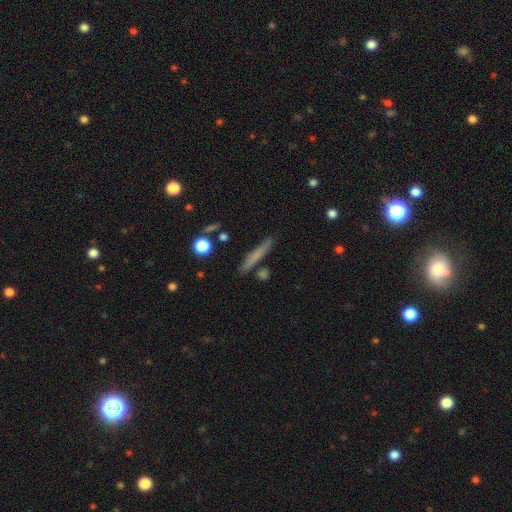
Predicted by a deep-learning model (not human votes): Morphology: type=smooth (63%); roundness=cigar-shaped (93%); merging=none (84%).